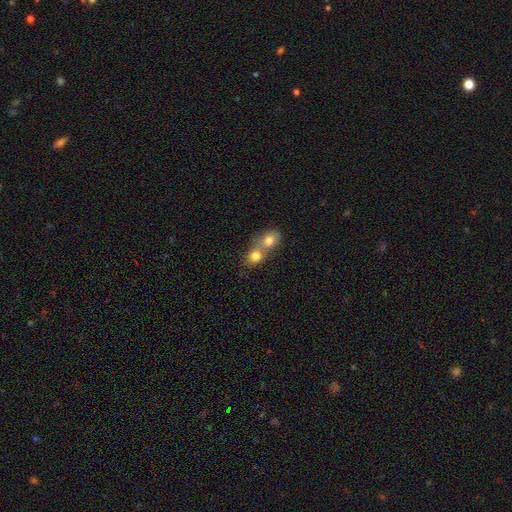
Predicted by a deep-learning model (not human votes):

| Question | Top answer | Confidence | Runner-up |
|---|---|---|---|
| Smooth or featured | smooth | 79% | featured or disk (12%) |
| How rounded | round | 57% | in between (42%) |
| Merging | merger | 69% | none (24%) |